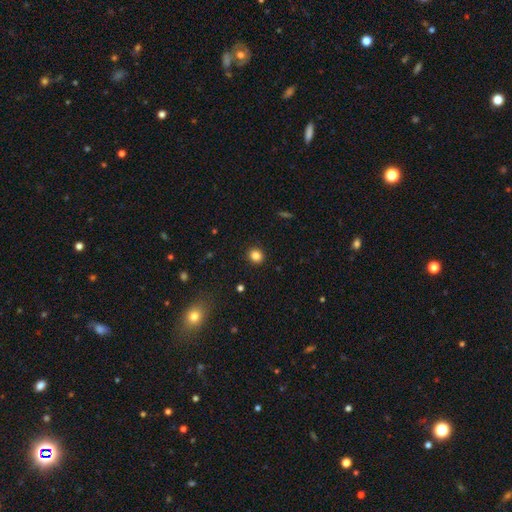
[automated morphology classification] A smooth galaxy with no disk features (84%) that is round (81%).

Vote fractions:
- Smooth or featured? smooth: 84% / star or artifact: 12% / featured or disk: 4%
- How rounded? round: 81% / in between: 18% / cigar-shaped: 1%
- Merging? none: 91% / minor disturbance: 6% / major disturbance: 2% / merger: 1%